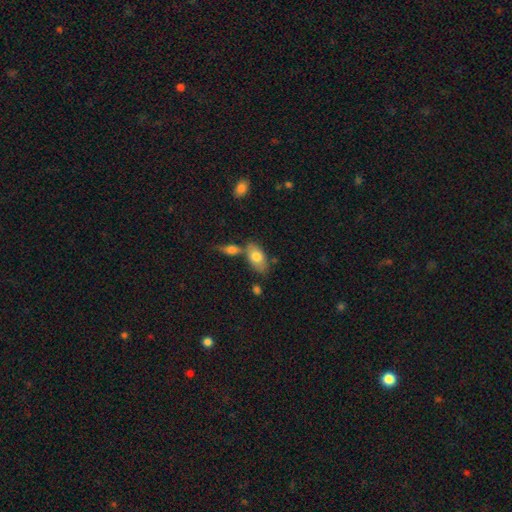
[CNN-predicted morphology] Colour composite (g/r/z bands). It shows a smooth galaxy with no disk features (76%) that is in between round and cigar-shaped (91%). Merging: none (57%).